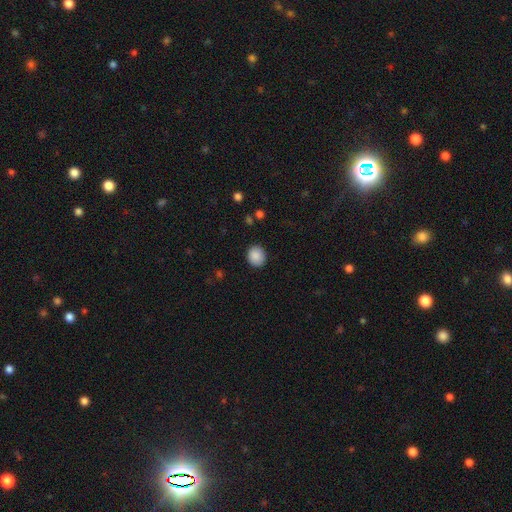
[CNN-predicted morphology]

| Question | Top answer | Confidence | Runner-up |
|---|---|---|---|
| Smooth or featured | smooth | 88% | star or artifact (8%) |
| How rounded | round | 80% | in between (19%) |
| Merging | none | 89% | minor disturbance (7%) |